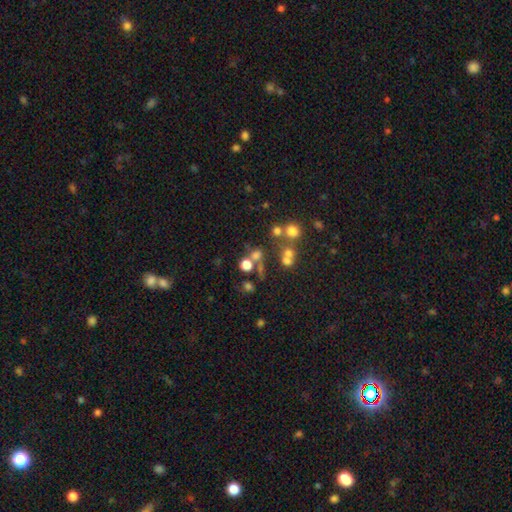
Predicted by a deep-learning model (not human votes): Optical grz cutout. It shows a smooth galaxy with no disk features (60%) that is round (81%). Merging: none (54%).